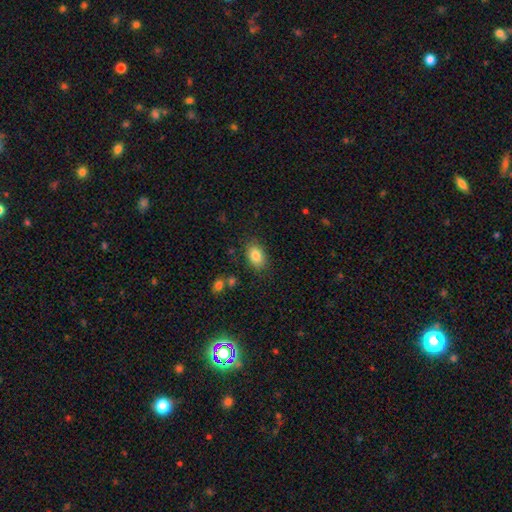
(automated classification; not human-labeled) Q: Smooth or featured?
A: smooth (84%); runner-up: star or artifact (8%)
Q: How rounded?
A: in between (83%); runner-up: round (15%)
Q: Merging?
A: none (83%); runner-up: minor disturbance (12%)